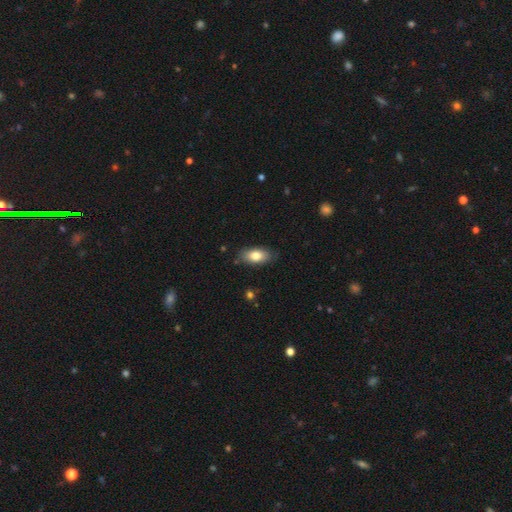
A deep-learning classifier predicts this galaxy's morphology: This is likely a smooth galaxy (80%). How rounded: clearly in between (89%). Merging: clearly none (82%).